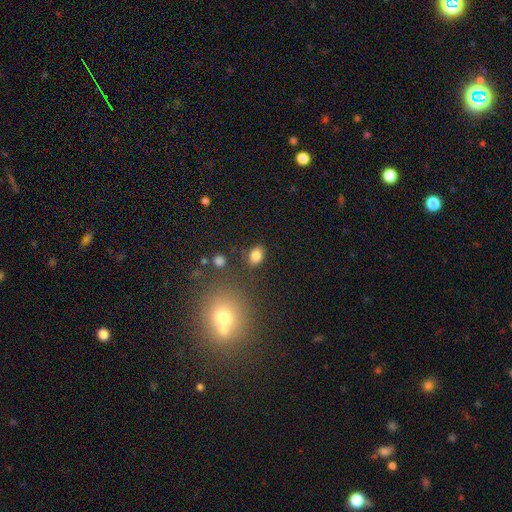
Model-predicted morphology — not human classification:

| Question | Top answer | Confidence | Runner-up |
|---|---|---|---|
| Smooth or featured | smooth | 83% | star or artifact (11%) |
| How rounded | in between | 64% | round (34%) |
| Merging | none | 82% | minor disturbance (11%) |